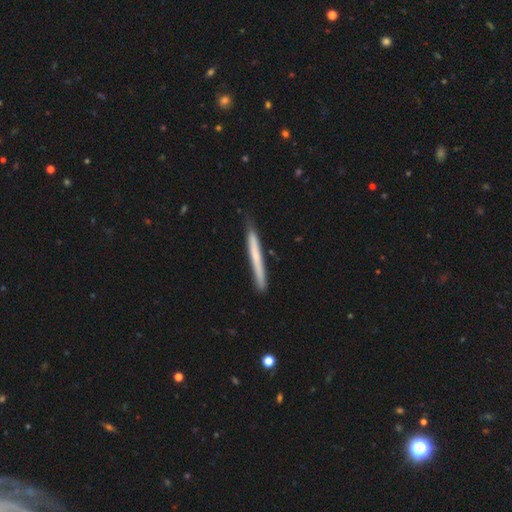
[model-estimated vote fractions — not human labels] smooth 56%, featured or disk 39%, star or artifact 6%. Down the decision tree: how rounded — cigar-shaped (97%); merging — none (79%).